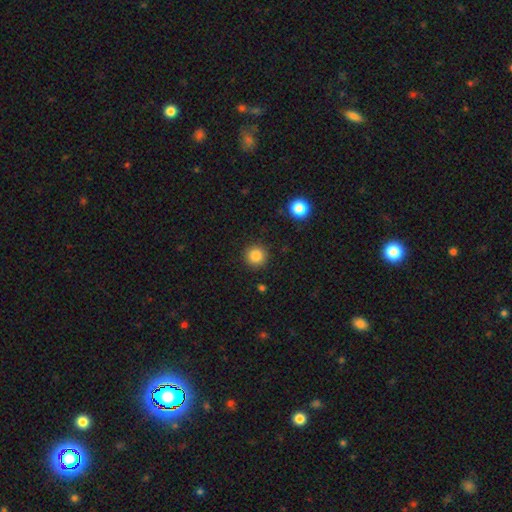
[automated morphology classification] smooth-or-featured: smooth: 85% | star or artifact: 11% | featured or disk: 5%
  how-rounded: round: 95% | in between: 4% | cigar-shaped: 1%
  merging: none: 91% | minor disturbance: 6% | major disturbance: 2% | merger: 1%